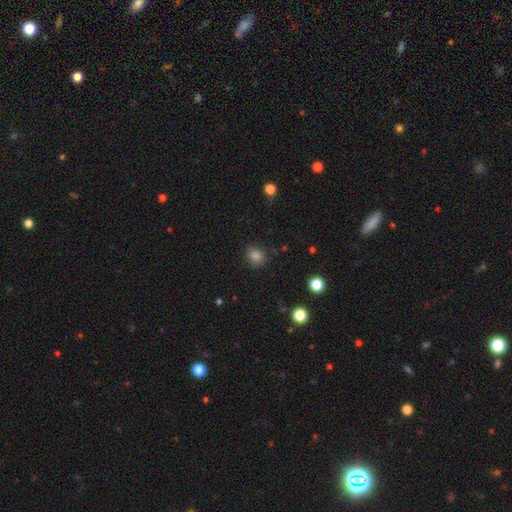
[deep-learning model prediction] smooth-or-featured: smooth: 82% | star or artifact: 13% | featured or disk: 5%
  how-rounded: round: 68% | in between: 31% | cigar-shaped: 1%
  merging: none: 81% | minor disturbance: 13% | major disturbance: 4% | merger: 2%